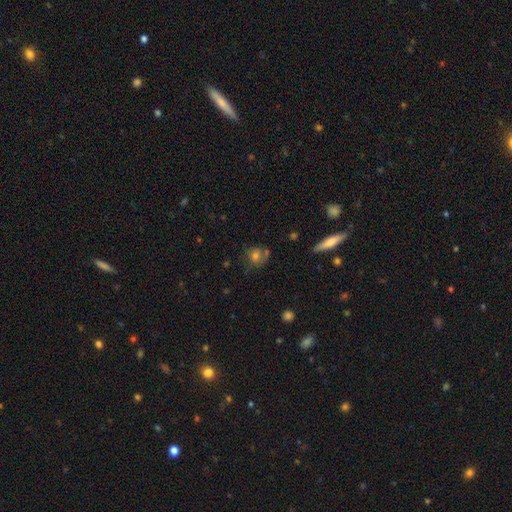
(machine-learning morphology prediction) Smooth or featured? smooth (54%)
How rounded? round (71%)
Merging? none (60%)